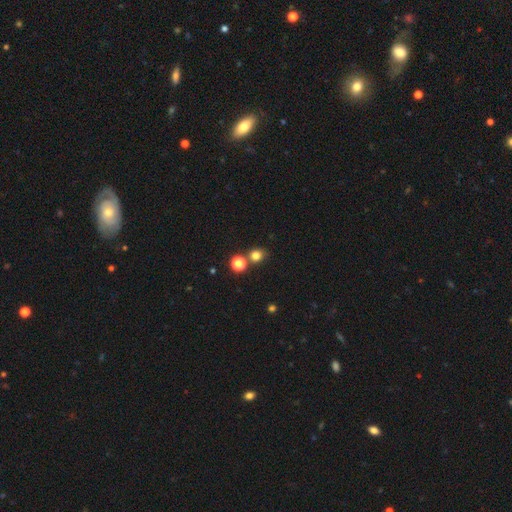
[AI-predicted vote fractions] Smooth or featured?
  - smooth: 78% *
  - star or artifact: 16%
  - featured or disk: 6%
How rounded?
  - round: 82% *
  - in between: 18%
  - cigar-shaped: 1%
Merging?
  - none: 69% *
  - merger: 20%
  - minor disturbance: 8%
  - major disturbance: 3%